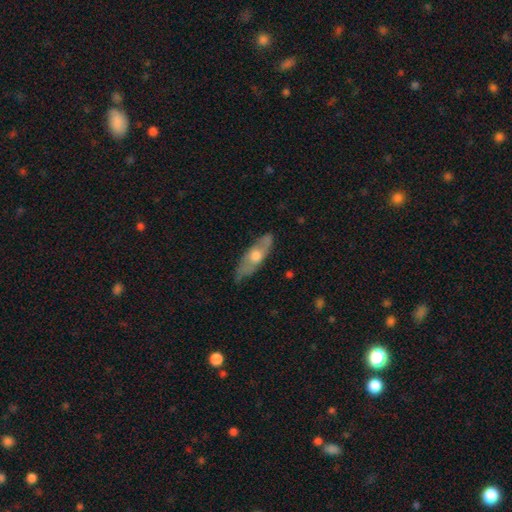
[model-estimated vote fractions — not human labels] A featured or disk galaxy (52%) viewed edge-on (51%).

Vote fractions:
- Smooth or featured? featured or disk: 52% / smooth: 43% / star or artifact: 5%
- Edge-on disk? yes: 51% / no: 49%
- Merging? none: 75% / minor disturbance: 20% / major disturbance: 4% / merger: 2%